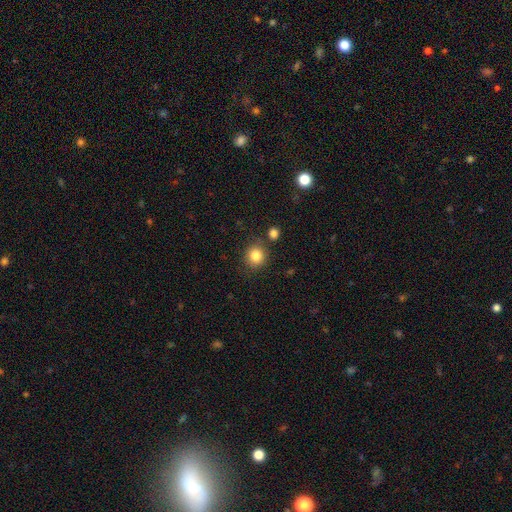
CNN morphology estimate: smooth_or_featured: smooth (p=0.84) [alt: star or artifact p=0.11]
how_rounded: round (p=0.89) [alt: in between p=0.10]
merging: none (p=0.82) [alt: minor disturbance p=0.09]